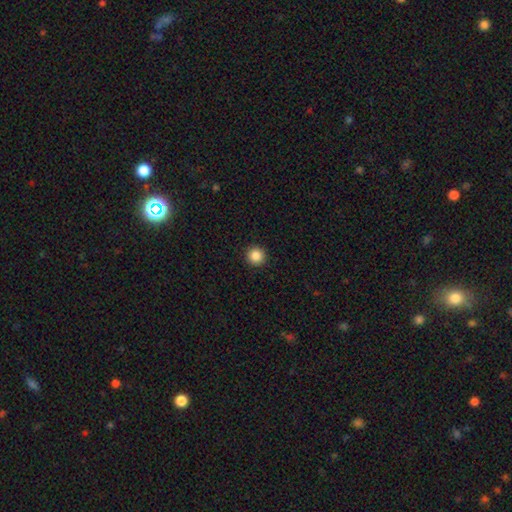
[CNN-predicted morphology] smooth 87%, star or artifact 10%, featured or disk 3%. Down the decision tree: how rounded — round (95%); merging — none (93%).